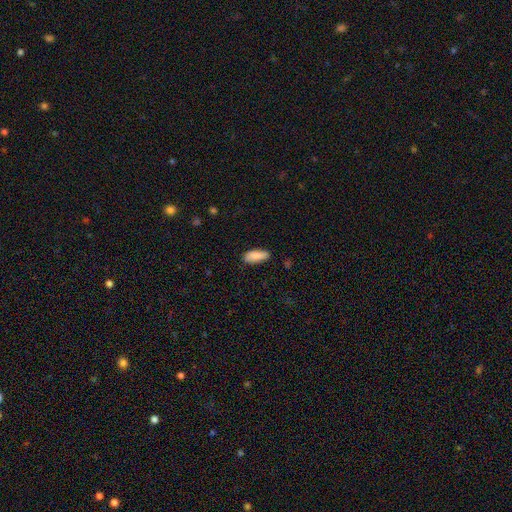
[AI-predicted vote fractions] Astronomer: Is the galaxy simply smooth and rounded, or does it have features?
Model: smooth — 89%.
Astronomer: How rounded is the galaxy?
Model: in between — 78%.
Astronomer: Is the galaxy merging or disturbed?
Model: none — 81%.